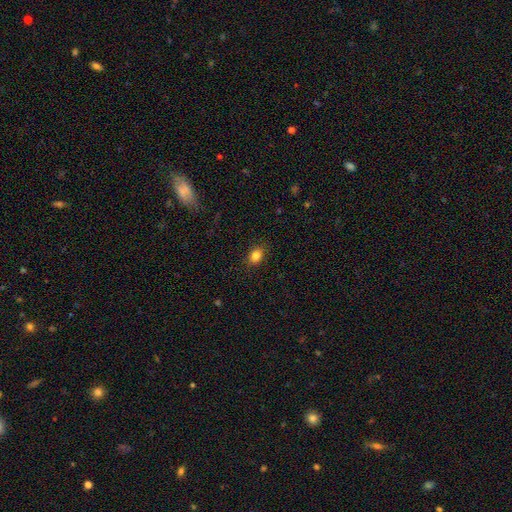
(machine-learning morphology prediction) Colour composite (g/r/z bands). It shows a smooth galaxy with no disk features (84%) that is in between round and cigar-shaped (59%). Merging: none (87%).